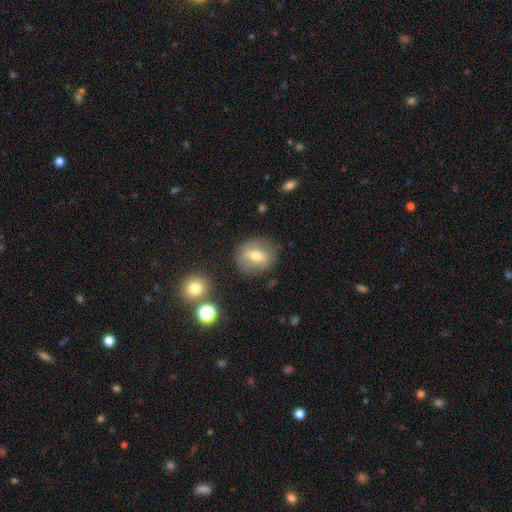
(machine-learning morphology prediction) The model was most divided on "smooth or featured": smooth: 52%, featured or disk: 38%, star or artifact: 10%. More confident: merging — none (81%); how rounded — round (75%).